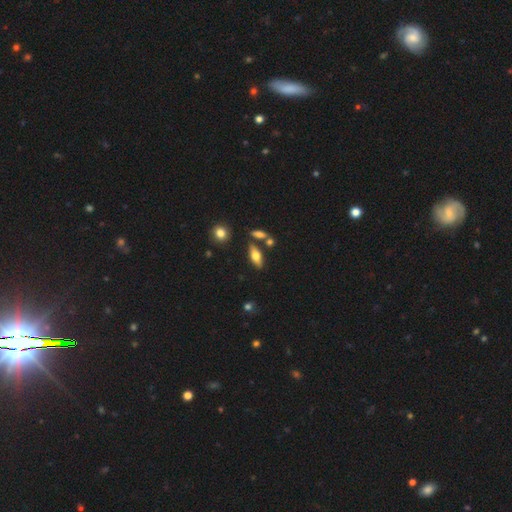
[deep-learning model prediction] The model was most divided on "smooth or featured": smooth: 54%, featured or disk: 38%, star or artifact: 8%. More confident: merging — none (76%); how rounded — in between (67%).